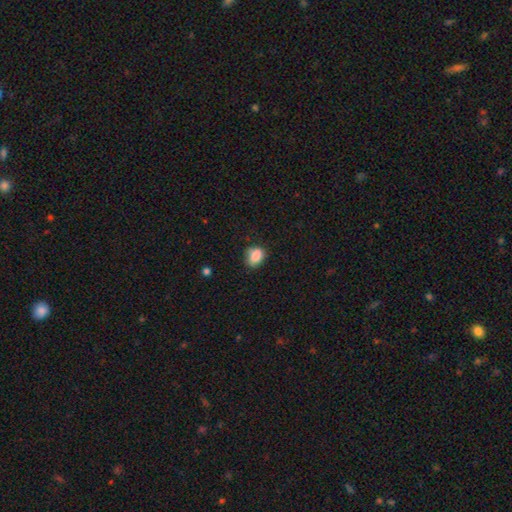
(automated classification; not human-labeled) Morphology: type=smooth (85%); roundness=in between (57%); merging=none (63%).